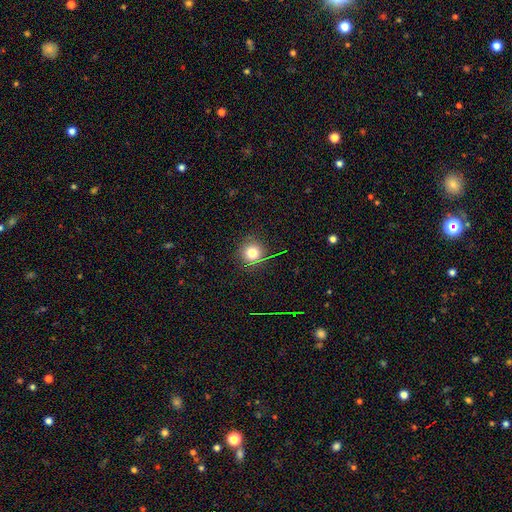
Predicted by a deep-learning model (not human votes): The model was most divided on "smooth or featured": smooth: 67%, star or artifact: 26%, featured or disk: 7%. More confident: how rounded — round (93%); merging — none (90%).